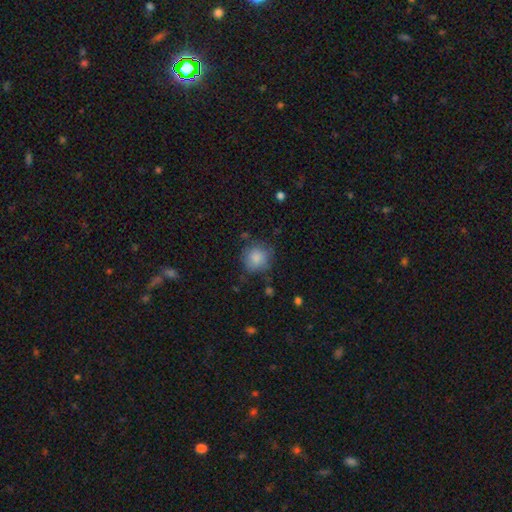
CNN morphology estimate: Overall: smooth (81%). How rounded: round (91%). Merging: none (78%).